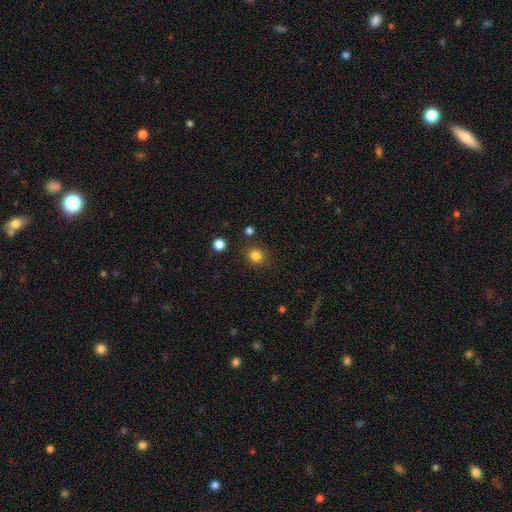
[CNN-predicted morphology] Q: Smooth or featured?
A: smooth (83%); runner-up: star or artifact (13%)
Q: How rounded?
A: round (90%); runner-up: in between (9%)
Q: Merging?
A: none (87%); runner-up: minor disturbance (7%)